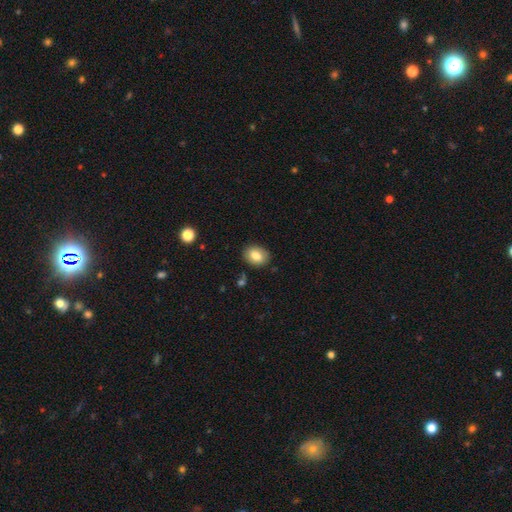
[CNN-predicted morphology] A smooth galaxy with no disk features (80%) that is in between round and cigar-shaped (66%).

Vote fractions:
- Smooth or featured? smooth: 80% / featured or disk: 12% / star or artifact: 8%
- How rounded? in between: 66% / round: 33% / cigar-shaped: 1%
- Merging? none: 85% / minor disturbance: 11% / major disturbance: 3% / merger: 2%